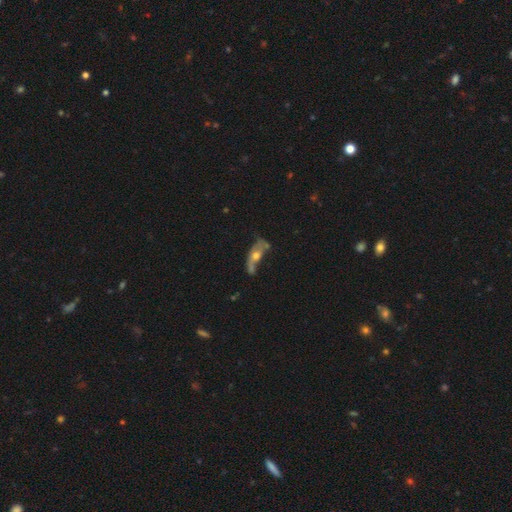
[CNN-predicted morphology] Smooth or featured? Predicted: featured or disk (p=0.56). Edge-on disk? Predicted: no (p=0.73). Merging? Predicted: none (p=0.32).